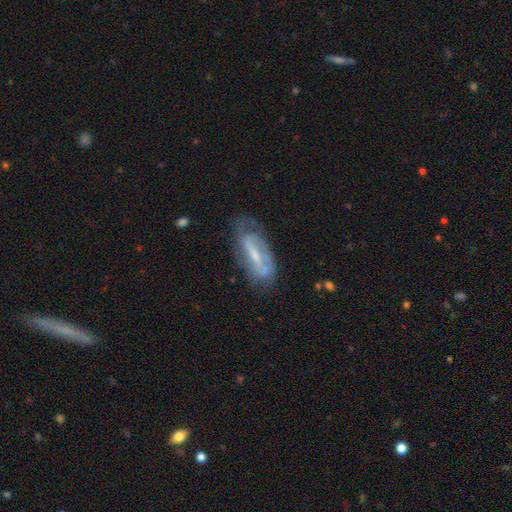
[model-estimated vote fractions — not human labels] smooth-or-featured: featured or disk: 67% | smooth: 26% | star or artifact: 7%
  disk-edge-on: no: 83% | yes: 17%
    bar: strong: 42% | weak: 37% | no: 21%
    has-spiral-arms: yes: 67% | no: 33%
    bulge-size: small: 54% | moderate: 33% | none: 9% | large: 3% | dominant: 1%
  merging: none: 57% | minor disturbance: 27% | major disturbance: 13% | merger: 2%